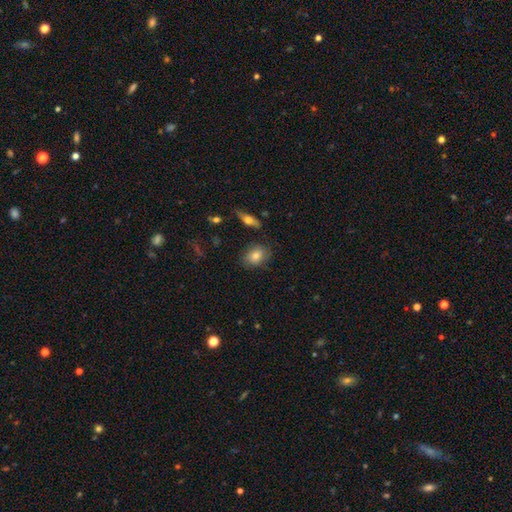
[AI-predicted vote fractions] A smooth galaxy with no disk features (77%) that is in between round and cigar-shaped (73%).

Vote fractions:
- Smooth or featured? smooth: 77% / featured or disk: 15% / star or artifact: 8%
- How rounded? in between: 73% / round: 25% / cigar-shaped: 2%
- Merging? none: 79% / minor disturbance: 15% / major disturbance: 3% / merger: 3%